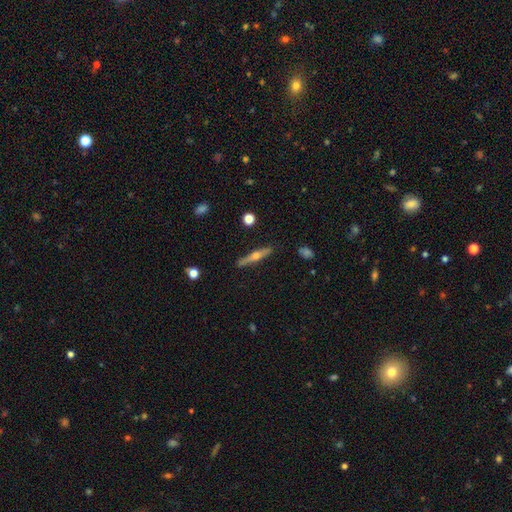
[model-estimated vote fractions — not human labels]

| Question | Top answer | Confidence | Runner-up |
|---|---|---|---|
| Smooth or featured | featured or disk | 63% | smooth (31%) |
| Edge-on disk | yes | 97% | no (3%) |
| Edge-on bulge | rounded | 89% | none (6%) |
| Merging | none | 88% | minor disturbance (9%) |